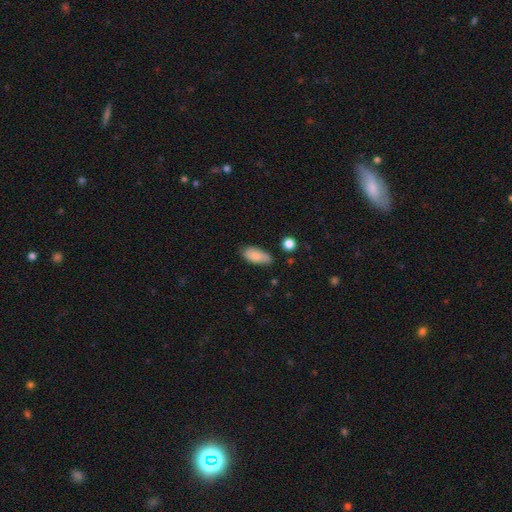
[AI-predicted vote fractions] A smooth galaxy with no disk features (83%) that is in between round and cigar-shaped (90%).

Vote fractions:
- Smooth or featured? smooth: 83% / featured or disk: 10% / star or artifact: 7%
- How rounded? in between: 90% / cigar-shaped: 8% / round: 3%
- Merging? none: 70% / minor disturbance: 23% / major disturbance: 4% / merger: 3%